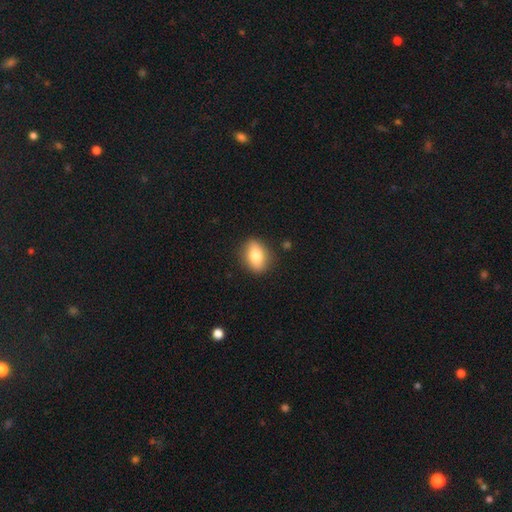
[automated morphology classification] A smooth galaxy with no disk features (75%) that is in between round and cigar-shaped (73%). Merging: none (86%).